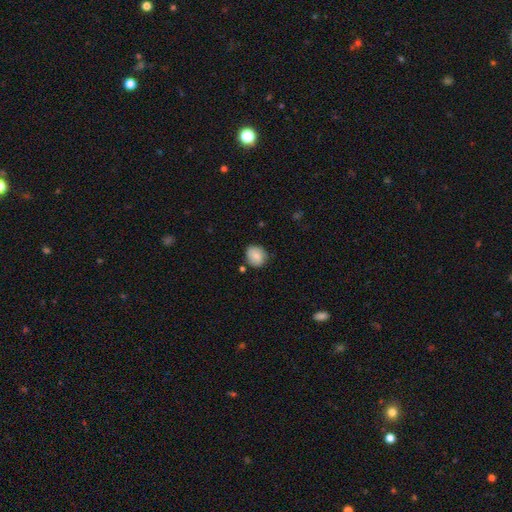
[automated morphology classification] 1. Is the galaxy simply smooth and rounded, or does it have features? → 80% smooth, 12% featured or disk, 8% star or artifact.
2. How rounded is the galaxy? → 70% round, 30% in between, 1% cigar-shaped.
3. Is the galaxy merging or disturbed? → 72% none, 21% minor disturbance, 4% merger, 4% major disturbance.